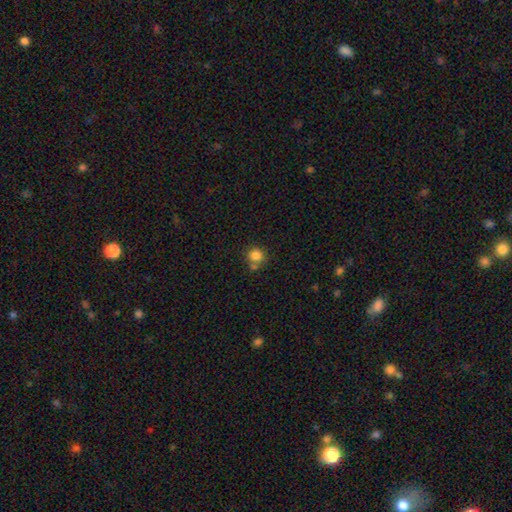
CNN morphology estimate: Smooth or featured? Predicted: smooth (p=0.83). How rounded? Predicted: round (p=0.88). Merging? Predicted: none (p=0.64).